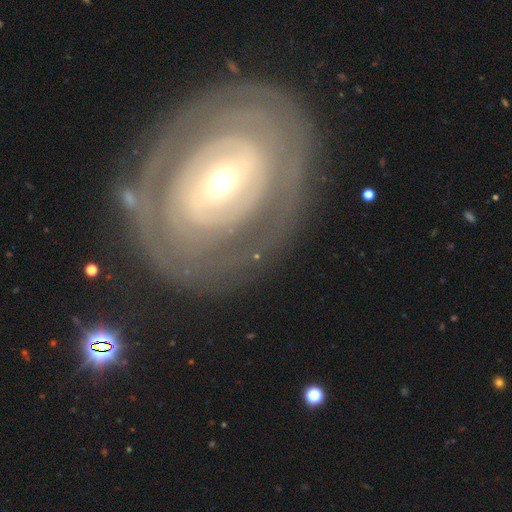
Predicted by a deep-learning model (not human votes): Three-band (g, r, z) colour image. It shows a featured or disk galaxy (79%) with no bar (43%), spiral arms (64%) and a small central bulge (52%). Merging: none (80%).